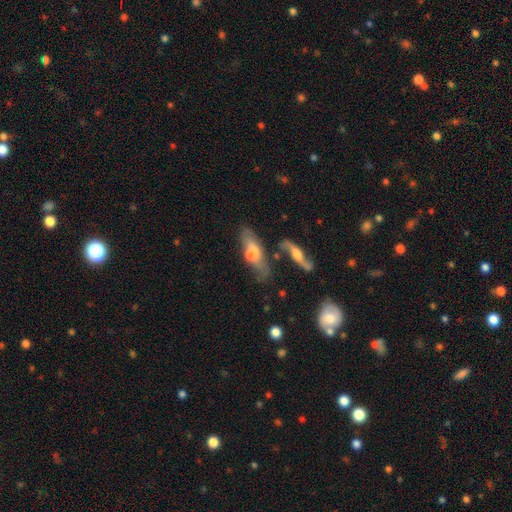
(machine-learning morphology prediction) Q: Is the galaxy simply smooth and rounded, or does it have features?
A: featured or disk — 54%.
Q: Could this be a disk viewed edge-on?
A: yes — 52%.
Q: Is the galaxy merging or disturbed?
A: none — 52%.